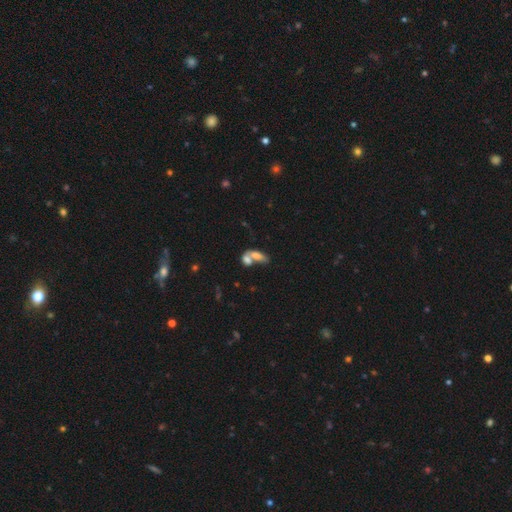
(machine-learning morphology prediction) smooth_or_featured: smooth (p=0.69) [alt: featured or disk p=0.21]
how_rounded: in between (p=0.81) [alt: cigar-shaped p=0.11]
merging: merger (p=0.66) [alt: none p=0.21]